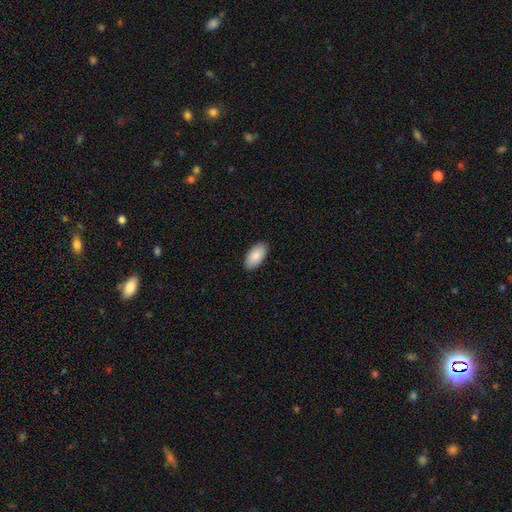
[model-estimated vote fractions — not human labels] smooth-or-featured: smooth: 87% | featured or disk: 7% | star or artifact: 6%
  how-rounded: in between: 96% | round: 2% | cigar-shaped: 2%
  merging: none: 89% | minor disturbance: 8% | major disturbance: 2% | merger: 1%